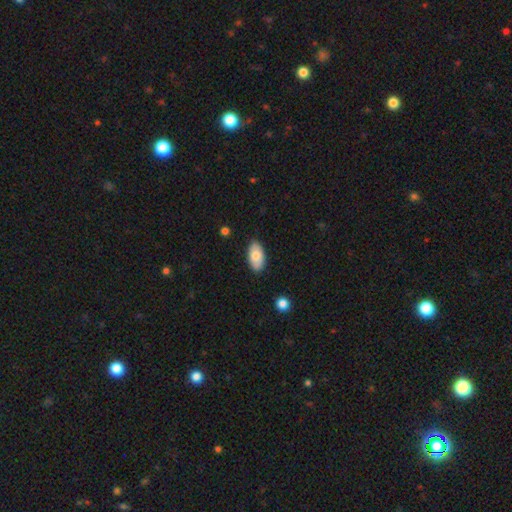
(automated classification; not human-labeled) Morphology: type=smooth (75%); roundness=in between (95%); merging=none (85%).